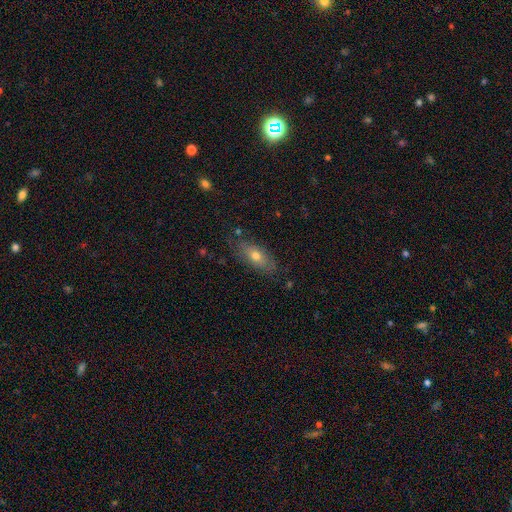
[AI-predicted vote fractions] Overall: smooth (58%; featured or disk 33%). How rounded: in between (75%). Merging: none (78%).